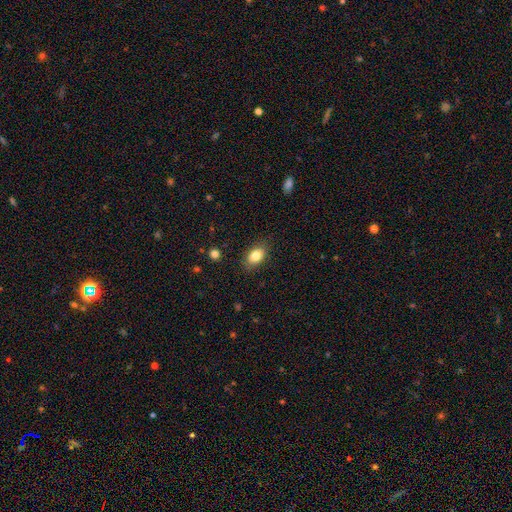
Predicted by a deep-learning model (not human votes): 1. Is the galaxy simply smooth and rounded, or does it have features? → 83% smooth, 9% featured or disk, 8% star or artifact.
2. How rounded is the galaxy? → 87% in between, 11% round, 2% cigar-shaped.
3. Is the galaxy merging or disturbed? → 85% none, 12% minor disturbance, 3% major disturbance, 1% merger.